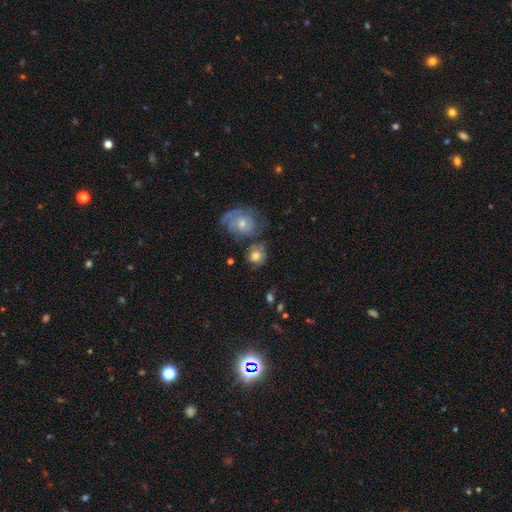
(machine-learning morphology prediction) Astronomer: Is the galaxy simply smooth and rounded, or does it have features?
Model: smooth — 65%.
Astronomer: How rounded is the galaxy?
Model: round — 75%.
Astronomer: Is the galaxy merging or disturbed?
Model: none — 49%.